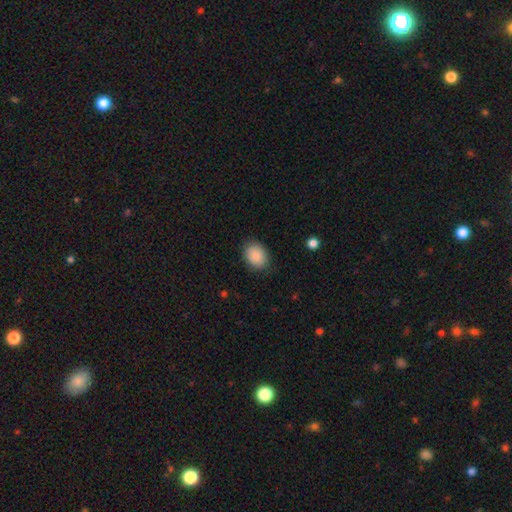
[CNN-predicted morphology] A smooth galaxy with no disk features (88%) that is in between round and cigar-shaped (65%). Merging: none (84%).